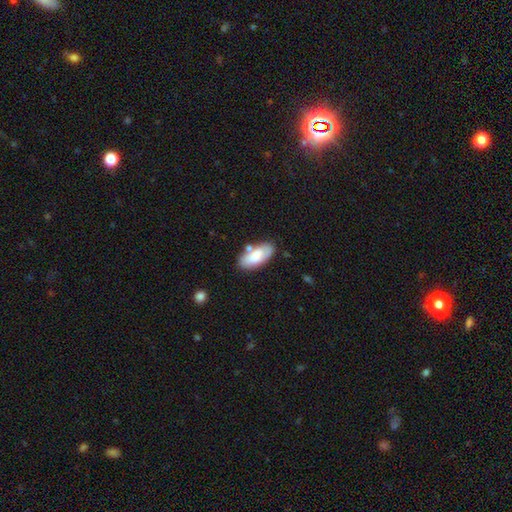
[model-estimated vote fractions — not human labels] This is likely a smooth galaxy (73%). How rounded: clearly in between (90%). Merging: likely none (70%).